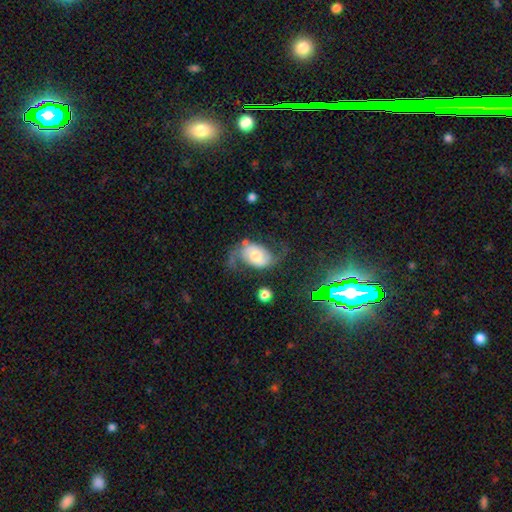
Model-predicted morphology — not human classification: A featured or disk galaxy (68%) with no bar (60%), 2 (87%) loose (54%) spiral arms (87%) and a moderate central bulge (64%).

Vote fractions:
- Smooth or featured? featured or disk: 68% / smooth: 24% / star or artifact: 8%
- Edge-on disk? no: 96% / yes: 4%
- Bar? no: 60% / weak: 31% / strong: 9%
- Spiral arms? yes: 87% / no: 13%
- Spiral winding? loose: 54% / medium: 34% / tight: 11%
- Spiral arm count? 2: 87% / can't tell: 6% / 1: 4% / 3: 1% / 4: 1% / more than 4: 1%
- Bulge size? moderate: 64% / small: 19% / large: 13% / dominant: 2% / none: 2%
- Merging? none: 50% / minor disturbance: 23% / major disturbance: 23% / merger: 4%